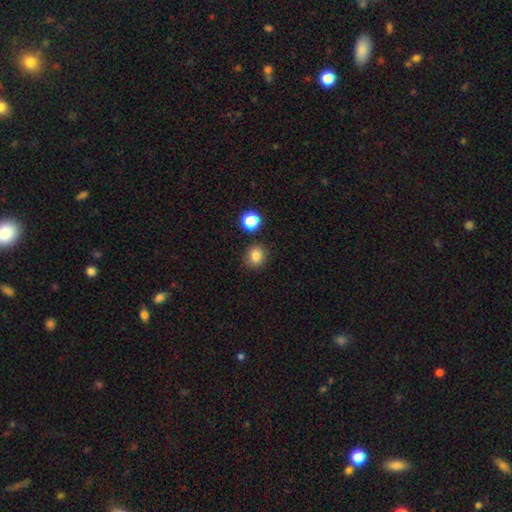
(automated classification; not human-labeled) This appears to be a smooth galaxy with no disk features (82%) that is round (79%). Merging: none (84%).